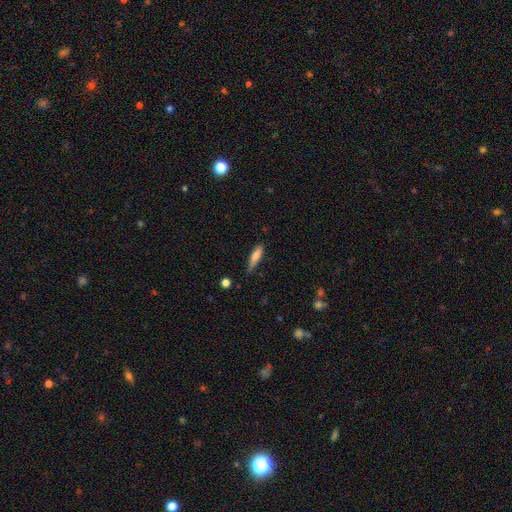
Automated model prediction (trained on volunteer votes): smooth-or-featured: smooth: 76% | featured or disk: 18% | star or artifact: 7%
  how-rounded: cigar-shaped: 70% | in between: 28% | round: 2%
  merging: none: 62% | minor disturbance: 31% | major disturbance: 5% | merger: 2%